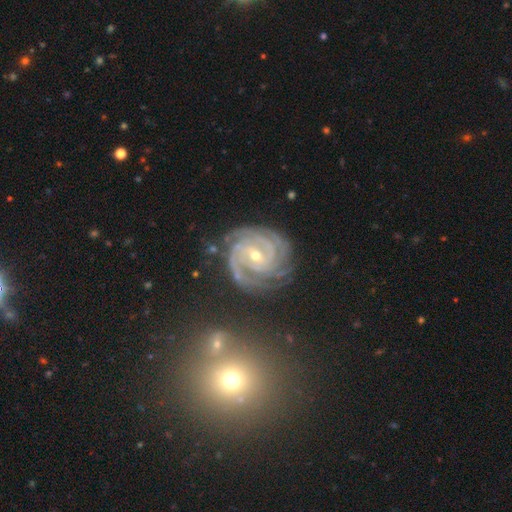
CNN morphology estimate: type=featured or disk (90%); edge-on=no (98%); bar=weak (43%); spiral arms=yes (99%); winding=tight (79%); arm count=3 (28%); bulge=small (64%); merging=none (71%).